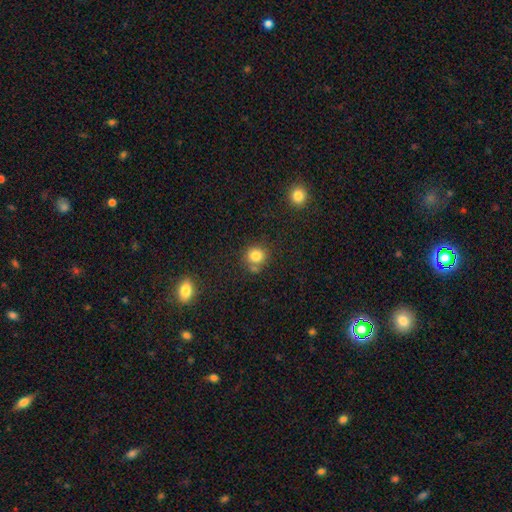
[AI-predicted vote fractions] smooth 82%, star or artifact 12%, featured or disk 7%. Down the decision tree: how rounded — round (85%); merging — none (67%).